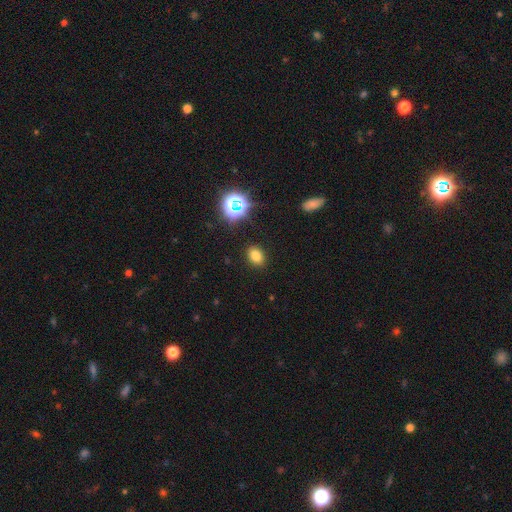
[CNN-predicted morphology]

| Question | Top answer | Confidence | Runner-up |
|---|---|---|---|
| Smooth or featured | smooth | 75% | star or artifact (18%) |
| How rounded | in between | 68% | round (31%) |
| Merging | none | 88% | minor disturbance (8%) |